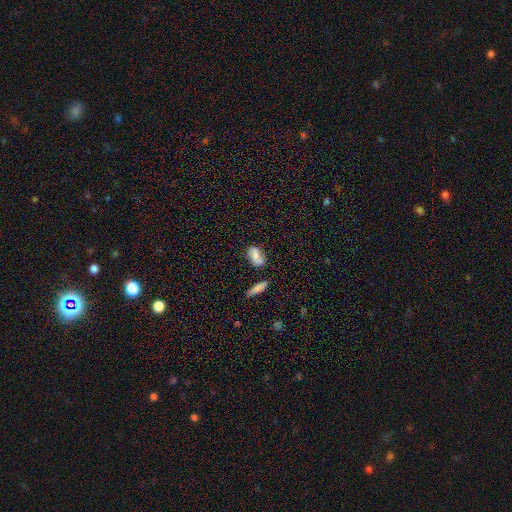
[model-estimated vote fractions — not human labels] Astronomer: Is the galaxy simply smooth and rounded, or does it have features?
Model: smooth — 61%.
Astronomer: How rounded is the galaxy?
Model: in between — 85%.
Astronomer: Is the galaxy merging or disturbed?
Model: none — 64%.